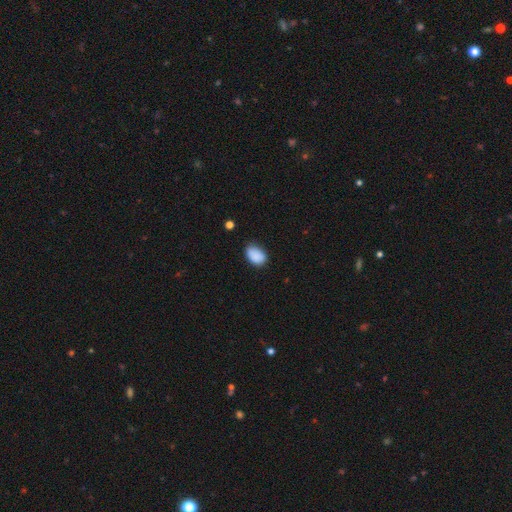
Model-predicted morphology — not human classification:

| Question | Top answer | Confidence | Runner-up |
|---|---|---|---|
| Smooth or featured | smooth | 88% | star or artifact (8%) |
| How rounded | in between | 85% | round (14%) |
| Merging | none | 71% | minor disturbance (24%) |